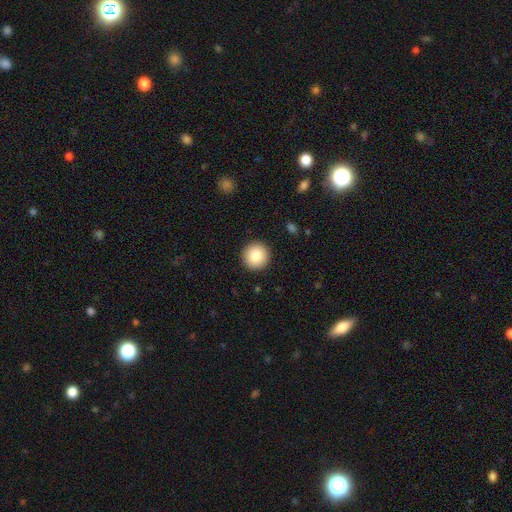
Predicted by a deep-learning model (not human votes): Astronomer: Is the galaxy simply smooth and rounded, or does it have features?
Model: smooth — 85%.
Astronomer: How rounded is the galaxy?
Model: round — 96%.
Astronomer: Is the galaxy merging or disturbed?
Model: none — 93%.